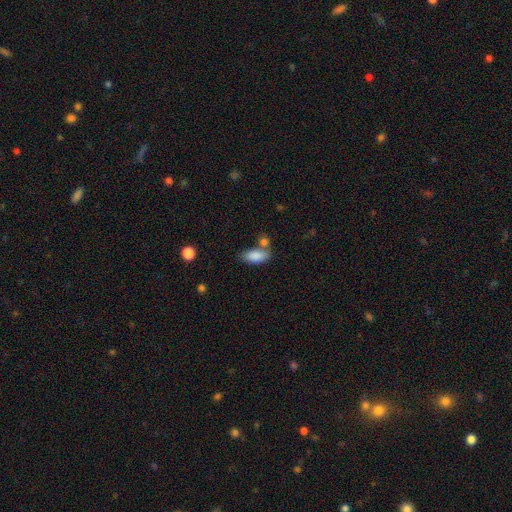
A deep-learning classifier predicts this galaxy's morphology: type=smooth (87%); roundness=in between (90%); merging=none (54%).